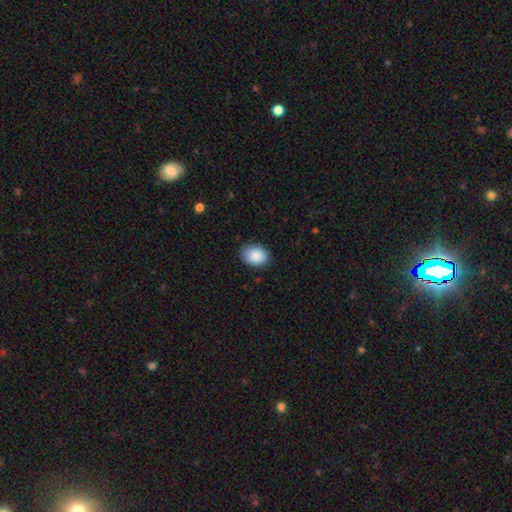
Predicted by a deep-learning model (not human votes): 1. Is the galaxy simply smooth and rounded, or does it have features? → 89% smooth, 7% star or artifact, 4% featured or disk.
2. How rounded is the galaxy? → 64% in between, 36% round, 1% cigar-shaped.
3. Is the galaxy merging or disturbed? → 84% none, 12% minor disturbance, 2% major disturbance, 1% merger.